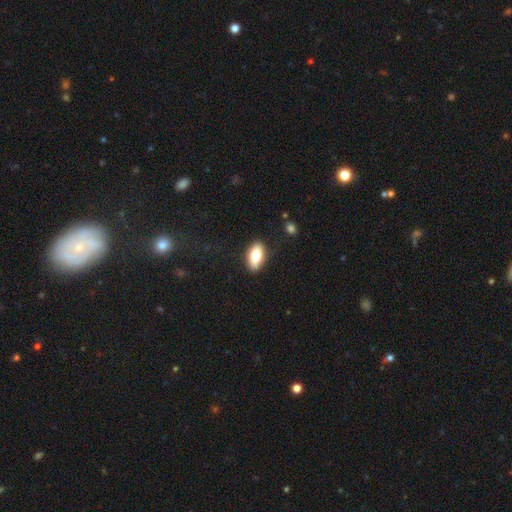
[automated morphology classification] smooth-or-featured: smooth: 78% | featured or disk: 15% | star or artifact: 7%
  how-rounded: in between: 86% | cigar-shaped: 10% | round: 4%
  merging: none: 86% | minor disturbance: 10% | major disturbance: 3% | merger: 1%